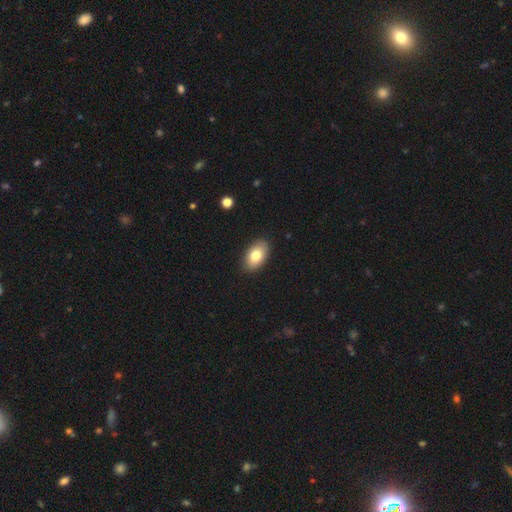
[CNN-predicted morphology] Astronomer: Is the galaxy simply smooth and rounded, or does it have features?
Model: smooth — 80%.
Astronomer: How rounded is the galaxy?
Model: in between — 92%.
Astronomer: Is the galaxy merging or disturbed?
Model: none — 89%.